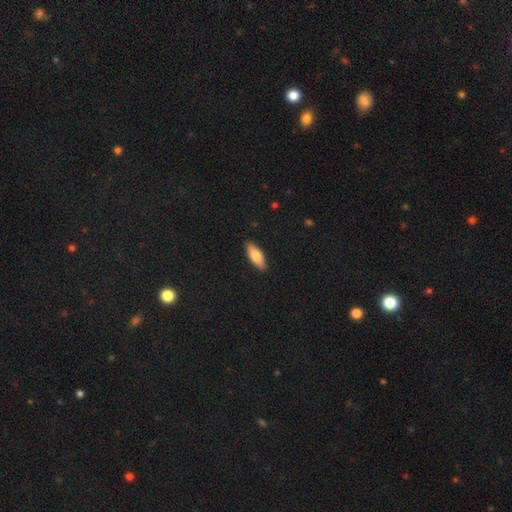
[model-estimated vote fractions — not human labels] Smooth or featured? Predicted: smooth (p=0.77). How rounded? Predicted: in between (p=0.63). Merging? Predicted: none (p=0.90).